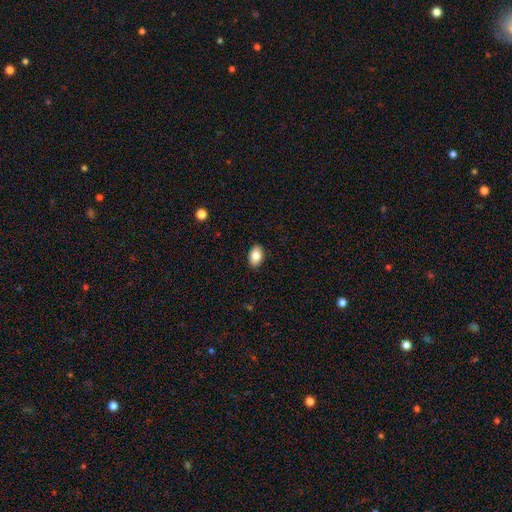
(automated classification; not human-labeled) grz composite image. It shows a smooth galaxy with no disk features (83%) that is in between round and cigar-shaped (88%). Merging: none (89%).